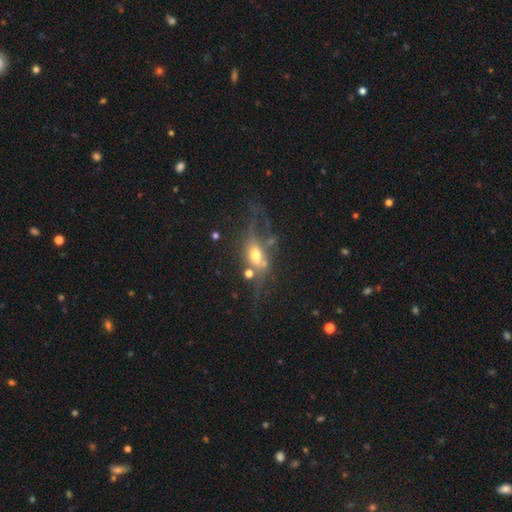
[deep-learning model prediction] featured or disk 50%, smooth 37%, star or artifact 13%. Down the decision tree: merging — major disturbance (35%).